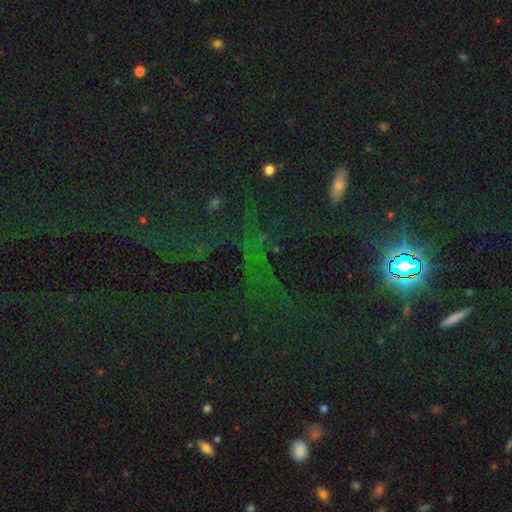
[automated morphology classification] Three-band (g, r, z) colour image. It shows a star or artifact, not a galaxy (77%).